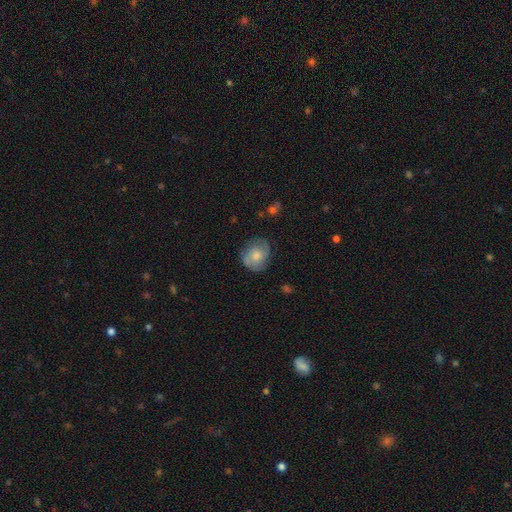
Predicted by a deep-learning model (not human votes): smooth-or-featured: featured or disk: 50% | smooth: 43% | star or artifact: 7%
  merging: none: 71% | minor disturbance: 20% | major disturbance: 7% | merger: 1%